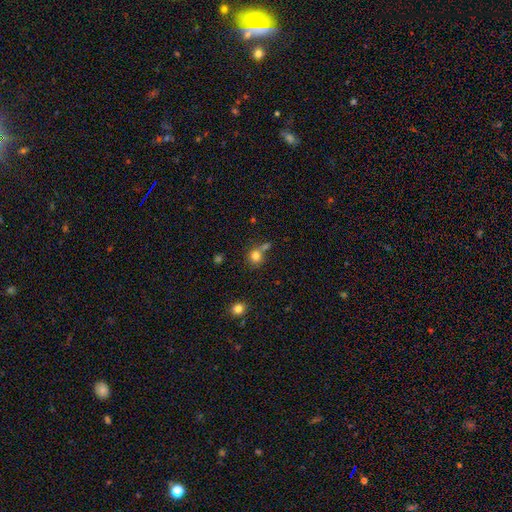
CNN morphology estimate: Smooth or featured?
  - smooth: 79% *
  - star or artifact: 13%
  - featured or disk: 8%
How rounded?
  - round: 85% *
  - in between: 14%
  - cigar-shaped: 1%
Merging?
  - none: 56% *
  - merger: 29%
  - minor disturbance: 11%
  - major disturbance: 5%